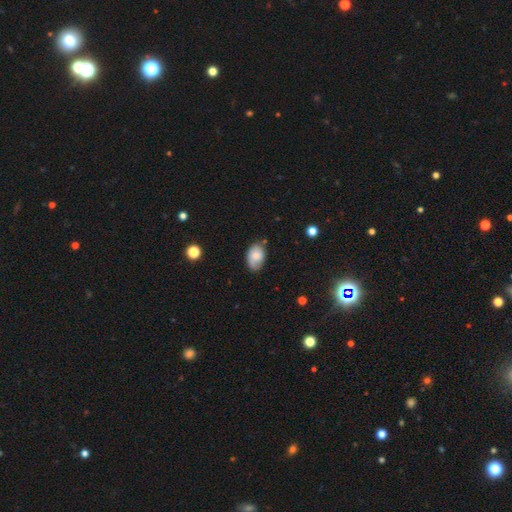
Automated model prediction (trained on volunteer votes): Morphology: type=smooth (77%); roundness=in between (87%); merging=none (65%).